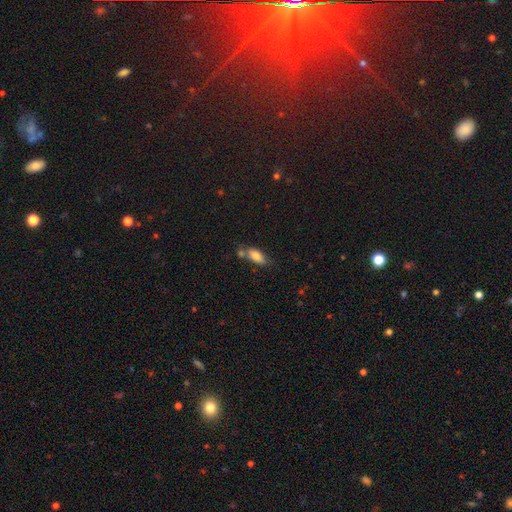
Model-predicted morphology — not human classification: Smooth or featured? Predicted: smooth (p=0.77). How rounded? Predicted: in between (p=0.79). Merging? Predicted: none (p=0.47).